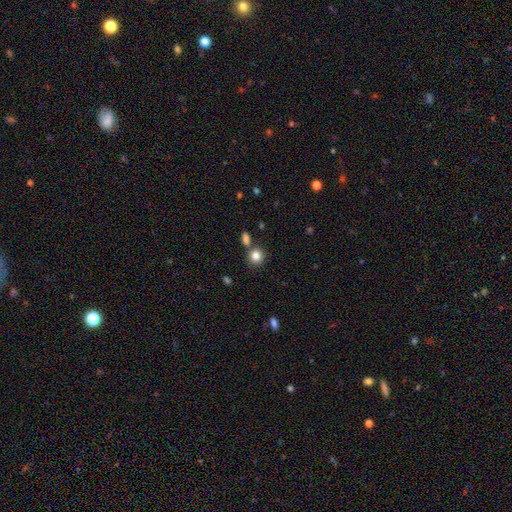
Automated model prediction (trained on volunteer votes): Smooth or featured? Predicted: smooth (p=0.83). How rounded? Predicted: round (p=0.87). Merging? Predicted: none (p=0.72).